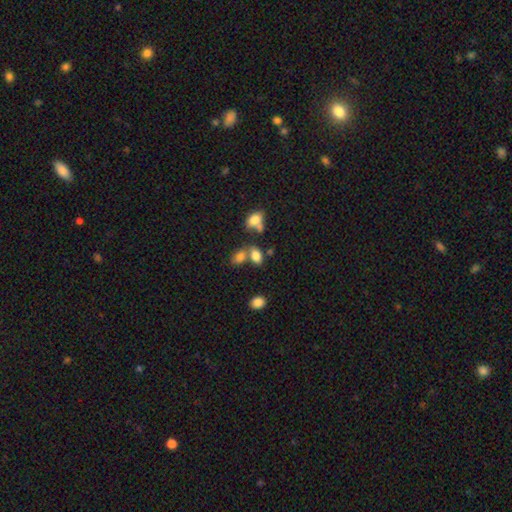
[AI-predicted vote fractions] Smooth or featured? smooth (79%)
How rounded? in between (84%)
Merging? none (47%)